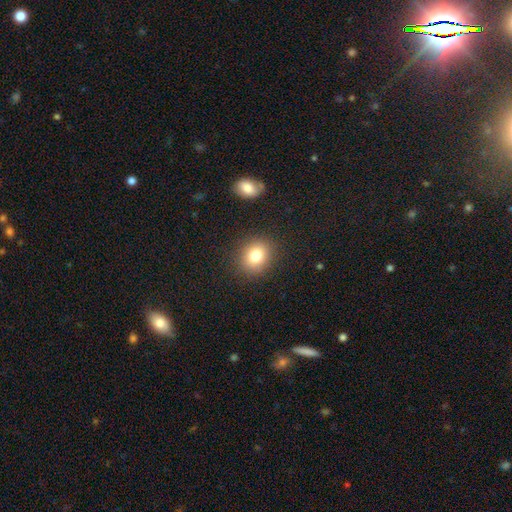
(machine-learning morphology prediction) type=smooth (80%); roundness=round (68%); merging=none (87%).